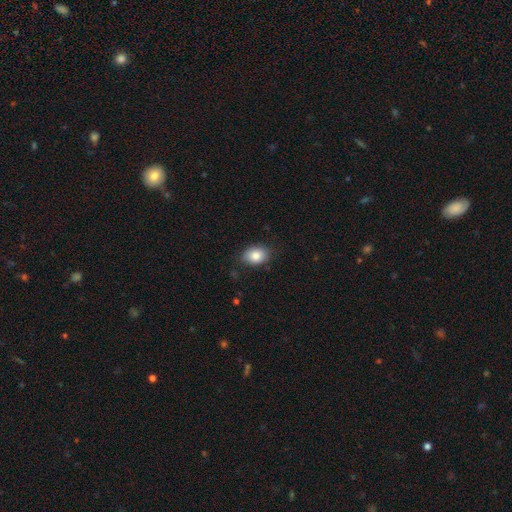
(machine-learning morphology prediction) Q: Smooth or featured?
A: smooth (84%); runner-up: star or artifact (8%)
Q: How rounded?
A: in between (78%); runner-up: round (21%)
Q: Merging?
A: none (82%); runner-up: minor disturbance (14%)